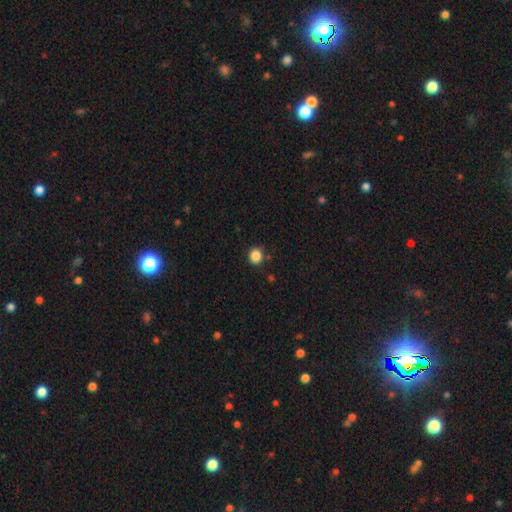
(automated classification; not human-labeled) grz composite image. It shows a smooth galaxy with no disk features (86%) that is round (87%). Merging: none (87%).